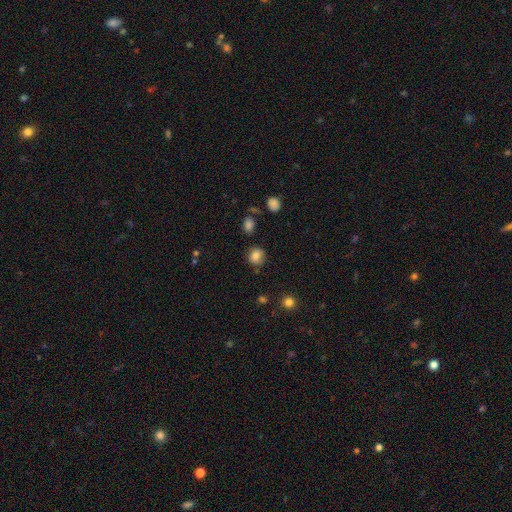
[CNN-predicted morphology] smooth 82%, star or artifact 11%, featured or disk 7%. Down the decision tree: how rounded — round (80%); merging — none (82%).